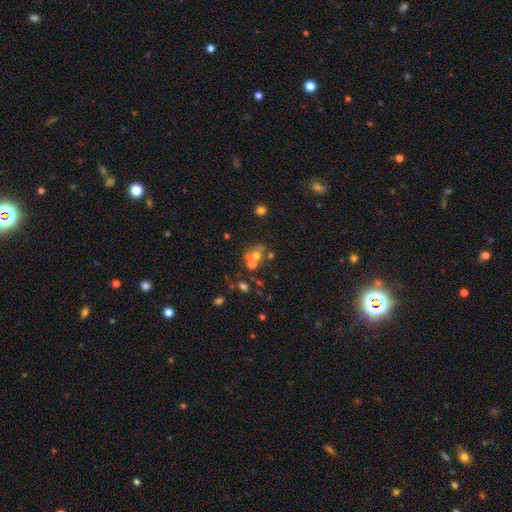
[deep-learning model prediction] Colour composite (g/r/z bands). It shows a smooth galaxy with no disk features (51%) that is round (69%). Merging: merger (43%).